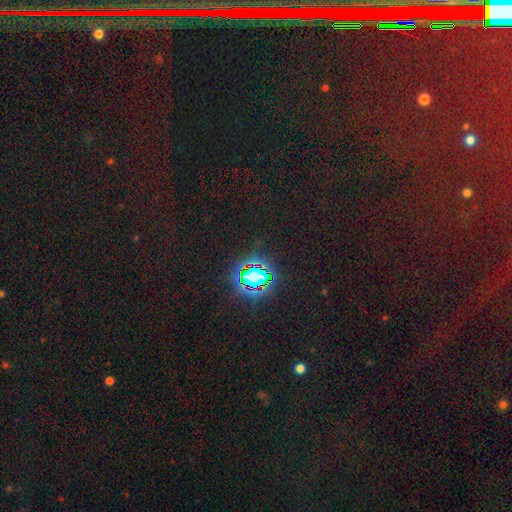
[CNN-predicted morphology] Smooth or featured?
  - star or artifact: 81% *
  - smooth: 13%
  - featured or disk: 7%